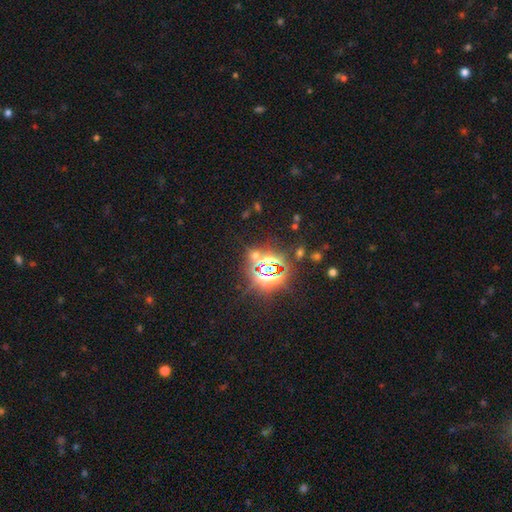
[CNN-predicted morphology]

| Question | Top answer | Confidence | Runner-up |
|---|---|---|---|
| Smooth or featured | star or artifact | 80% | smooth (11%) |